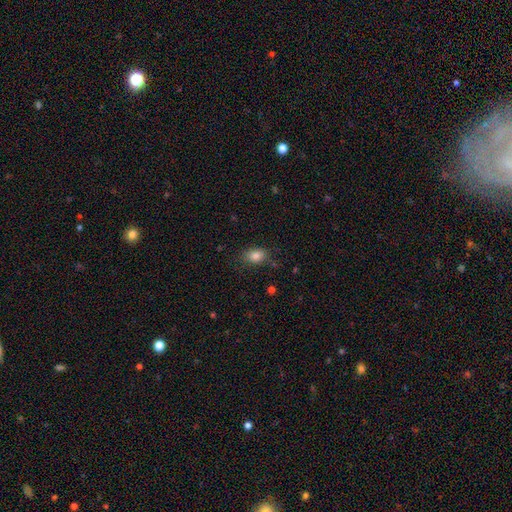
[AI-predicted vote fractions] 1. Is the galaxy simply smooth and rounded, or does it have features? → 84% smooth, 10% star or artifact, 7% featured or disk.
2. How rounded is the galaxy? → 78% in between, 21% round, 2% cigar-shaped.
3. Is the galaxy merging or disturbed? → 77% none, 17% minor disturbance, 4% major disturbance, 2% merger.